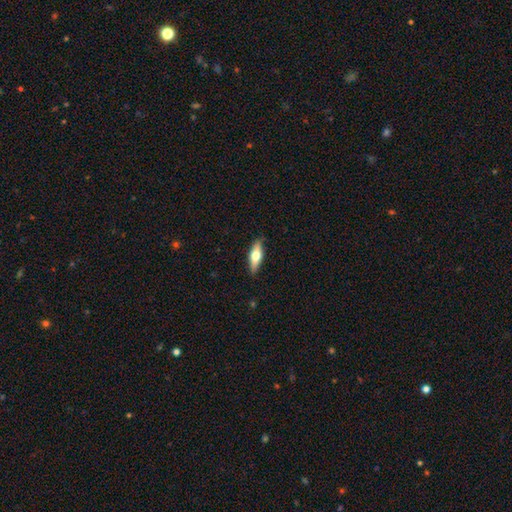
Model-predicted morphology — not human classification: A smooth galaxy with no disk features (50%) that is in between round and cigar-shaped (53%).

Vote fractions:
- Smooth or featured? smooth: 50% / featured or disk: 44% / star or artifact: 6%
- How rounded? in between: 53% / cigar-shaped: 44% / round: 3%
- Merging? none: 86% / minor disturbance: 11% / major disturbance: 2% / merger: 1%